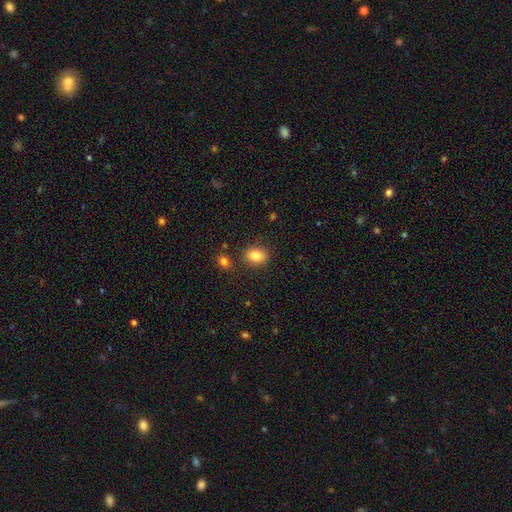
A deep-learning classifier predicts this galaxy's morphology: Q: Smooth or featured?
A: smooth (85%); runner-up: star or artifact (9%)
Q: How rounded?
A: in between (69%); runner-up: round (29%)
Q: Merging?
A: none (82%); runner-up: minor disturbance (10%)